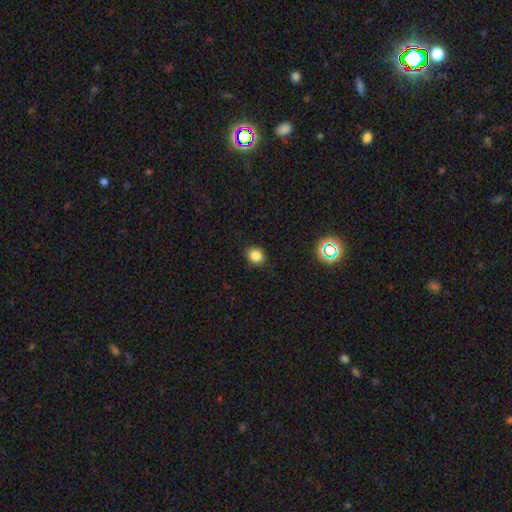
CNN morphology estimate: smooth 82%, star or artifact 13%, featured or disk 4%. Down the decision tree: how rounded — round (71%); merging — none (88%).